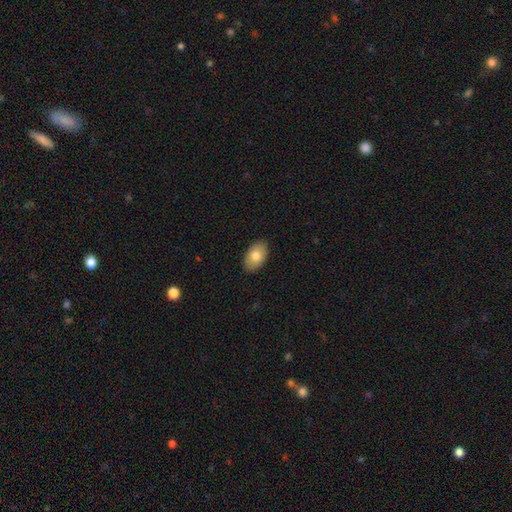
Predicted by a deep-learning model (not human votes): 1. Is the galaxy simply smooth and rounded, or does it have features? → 79% smooth, 14% featured or disk, 6% star or artifact.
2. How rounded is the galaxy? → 93% in between, 6% round, 1% cigar-shaped.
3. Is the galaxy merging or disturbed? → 88% none, 9% minor disturbance, 2% major disturbance, 1% merger.